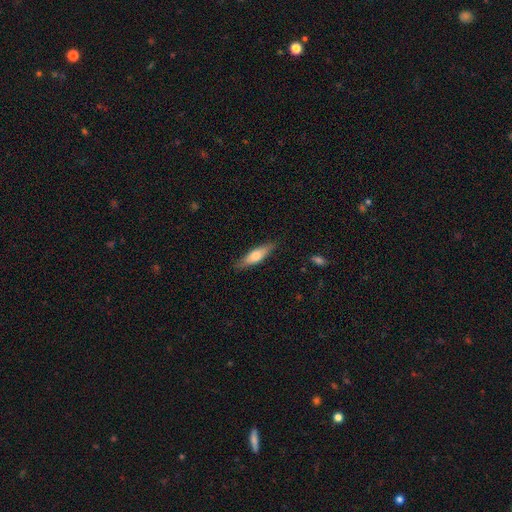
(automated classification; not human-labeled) Smooth or featured: smooth — 59% (featured or disk — 35%)
How rounded: cigar-shaped — 60% (in between — 38%)
Merging: none — 83% (minor disturbance — 13%)